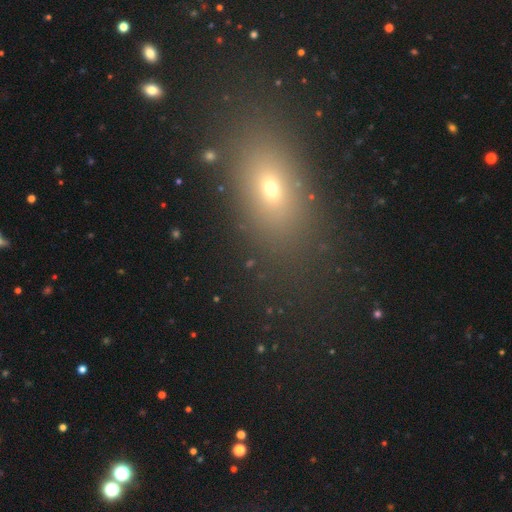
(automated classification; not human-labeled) Overall: smooth (57%; star or artifact 29%). How rounded: in between (71%). Merging: none (84%).